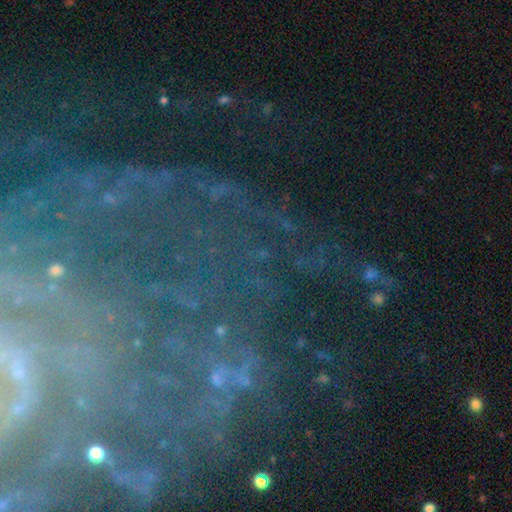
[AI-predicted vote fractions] Smooth or featured? star or artifact (52%)